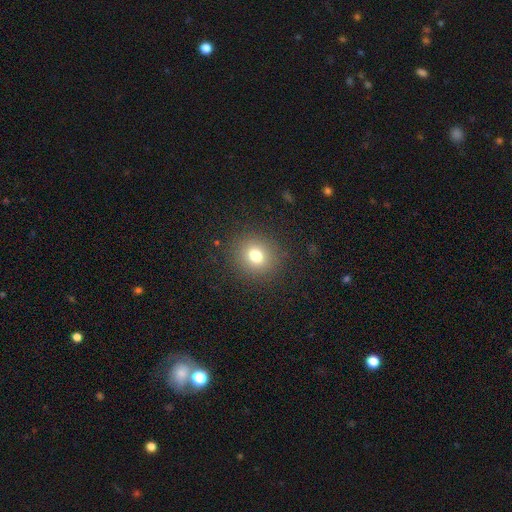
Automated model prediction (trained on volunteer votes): Q: Smooth or featured?
A: smooth (75%); runner-up: star or artifact (15%)
Q: How rounded?
A: round (85%); runner-up: in between (14%)
Q: Merging?
A: none (89%); runner-up: minor disturbance (7%)